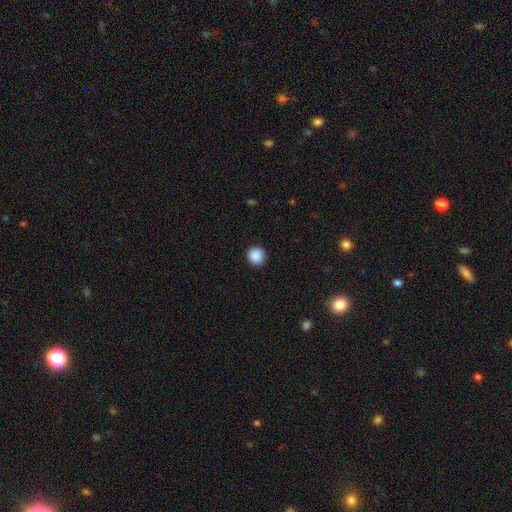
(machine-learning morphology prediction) Q: Smooth or featured?
A: smooth (89%); runner-up: star or artifact (8%)
Q: How rounded?
A: round (90%); runner-up: in between (9%)
Q: Merging?
A: none (92%); runner-up: minor disturbance (5%)